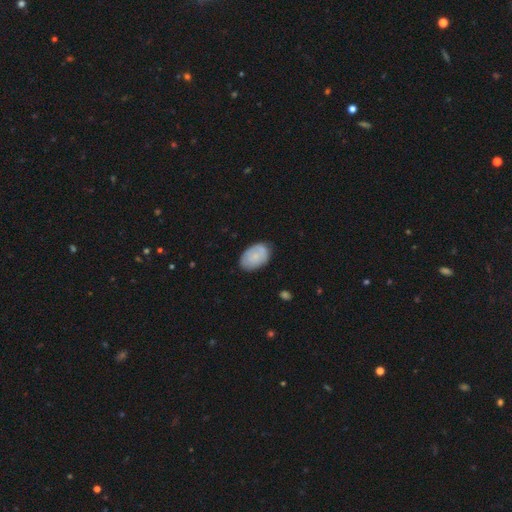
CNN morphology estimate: This appears to be a smooth galaxy with no disk features (68%) that is in between round and cigar-shaped (89%). Merging: none (74%).